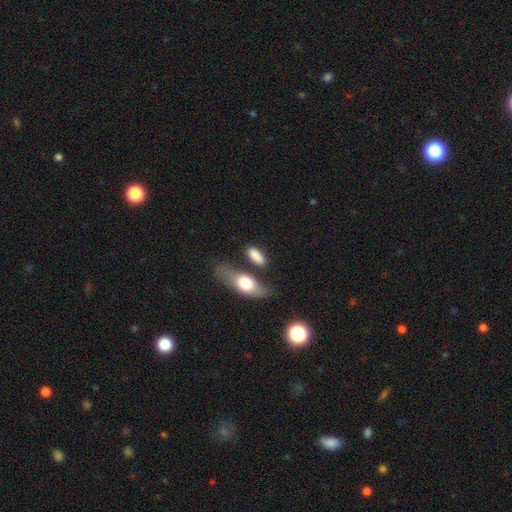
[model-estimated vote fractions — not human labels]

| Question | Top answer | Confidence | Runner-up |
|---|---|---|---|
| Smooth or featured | smooth | 80% | featured or disk (13%) |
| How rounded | in between | 73% | cigar-shaped (22%) |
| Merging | none | 59% | minor disturbance (18%) |